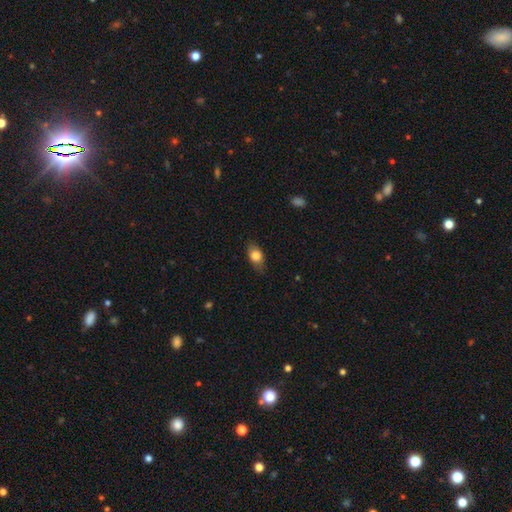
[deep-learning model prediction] Overall: smooth (78%). How rounded: in between (81%). Merging: none (78%).